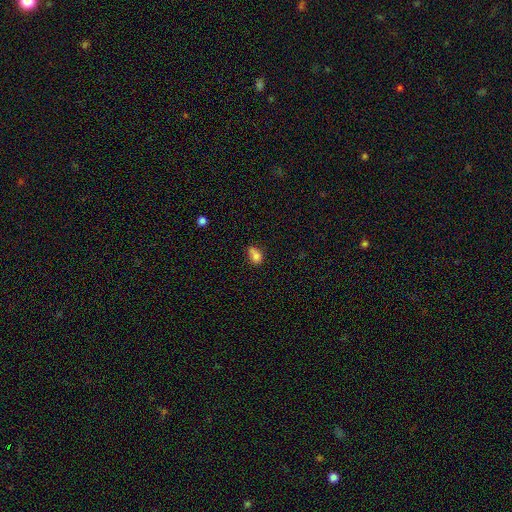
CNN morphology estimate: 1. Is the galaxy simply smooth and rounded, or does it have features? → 80% smooth, 11% star or artifact, 9% featured or disk.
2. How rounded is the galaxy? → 74% in between, 24% round, 2% cigar-shaped.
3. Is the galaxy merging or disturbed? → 44% none, 34% minor disturbance, 12% merger, 10% major disturbance.